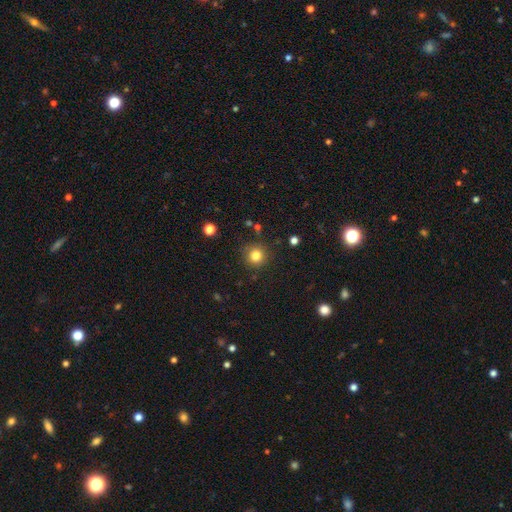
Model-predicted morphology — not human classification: Smooth or featured?
  - smooth: 81% *
  - star or artifact: 13%
  - featured or disk: 6%
How rounded?
  - round: 94% *
  - in between: 5%
  - cigar-shaped: 1%
Merging?
  - none: 87% *
  - minor disturbance: 8%
  - major disturbance: 3%
  - merger: 2%